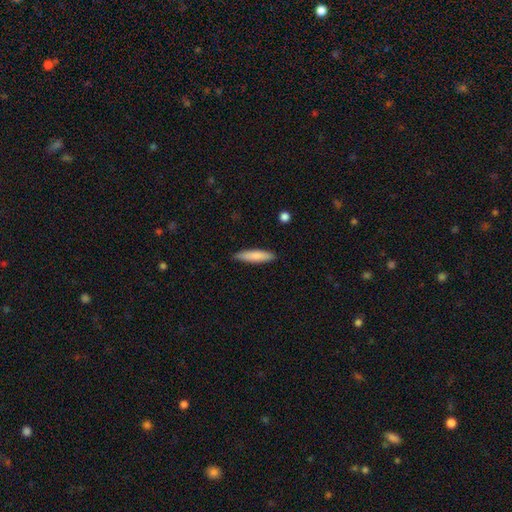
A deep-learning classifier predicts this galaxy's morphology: type=smooth (82%); roundness=cigar-shaped (80%); merging=none (88%).